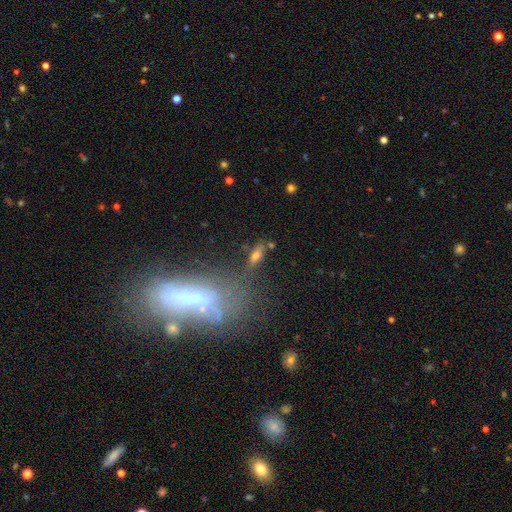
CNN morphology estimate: This is possibly a smooth galaxy (48%). Merging: likely none (63%).